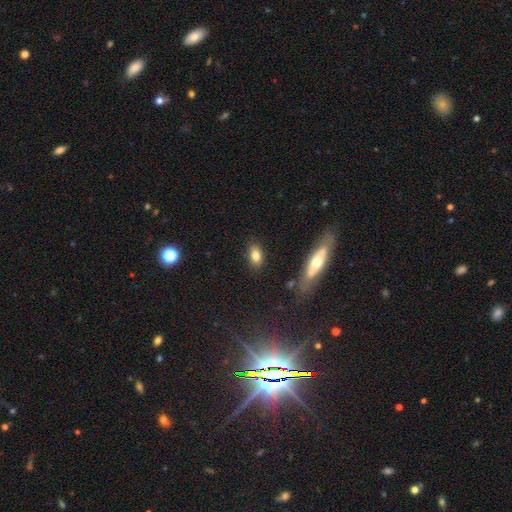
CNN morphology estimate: A smooth galaxy with no disk features (79%) that is in between round and cigar-shaped (86%). Merging: none (84%).